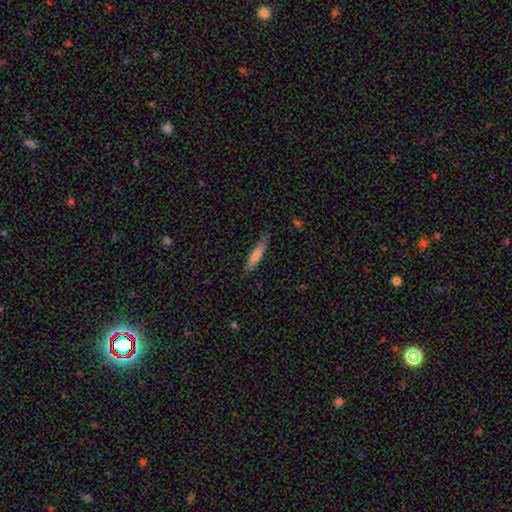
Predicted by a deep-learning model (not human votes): smooth-or-featured: smooth: 72% | featured or disk: 22% | star or artifact: 6%
  how-rounded: cigar-shaped: 90% | in between: 9% | round: 1%
  merging: none: 83% | minor disturbance: 13% | major disturbance: 2% | merger: 1%